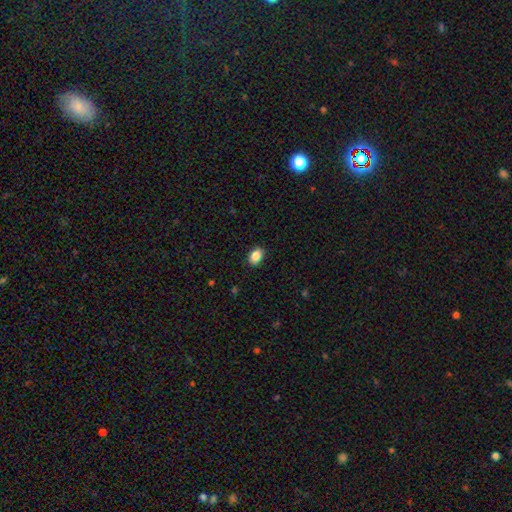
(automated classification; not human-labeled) Smooth or featured? Predicted: smooth (p=0.87). How rounded? Predicted: in between (p=0.79). Merging? Predicted: none (p=0.89).